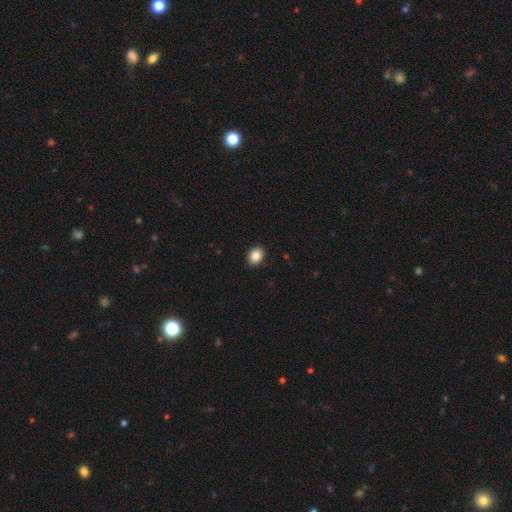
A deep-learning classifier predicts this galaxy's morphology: Smooth or featured: smooth — 87% (star or artifact — 9%)
How rounded: in between — 52% (round — 47%)
Merging: none — 91% (minor disturbance — 6%)